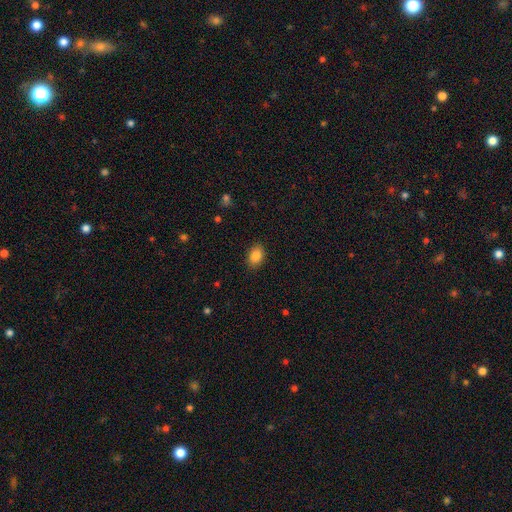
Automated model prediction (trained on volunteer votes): This appears to be a smooth galaxy with no disk features (86%) that is in between round and cigar-shaped (84%). Merging: none (88%).